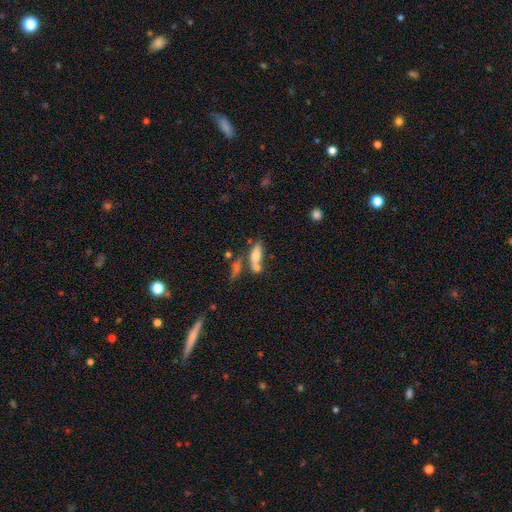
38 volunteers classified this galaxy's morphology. Q: Smooth or featured?
A: smooth (61%); runner-up: featured or disk (29%)
Q: How rounded?
A: in between (74%); runner-up: cigar-shaped (26%)
Q: Merging?
A: none (41%); runner-up: major disturbance (24%)